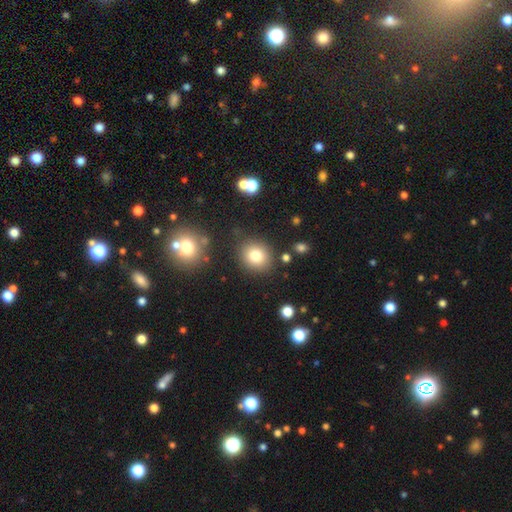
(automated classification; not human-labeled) This is likely a smooth galaxy (79%). How rounded: likely round (78%). Merging: clearly none (83%).